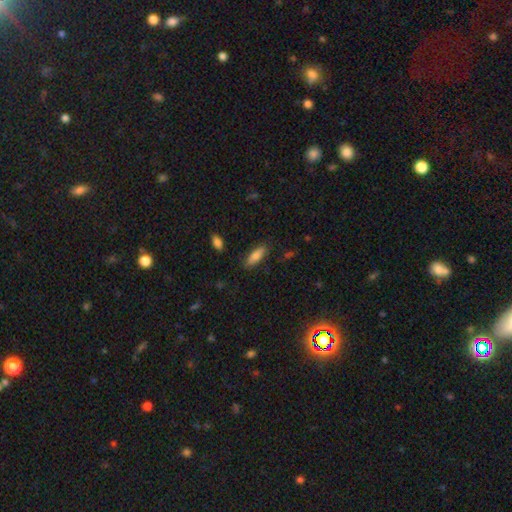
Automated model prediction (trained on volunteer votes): Smooth or featured? Predicted: smooth (p=0.80). How rounded? Predicted: in between (p=0.60). Merging? Predicted: none (p=0.84).